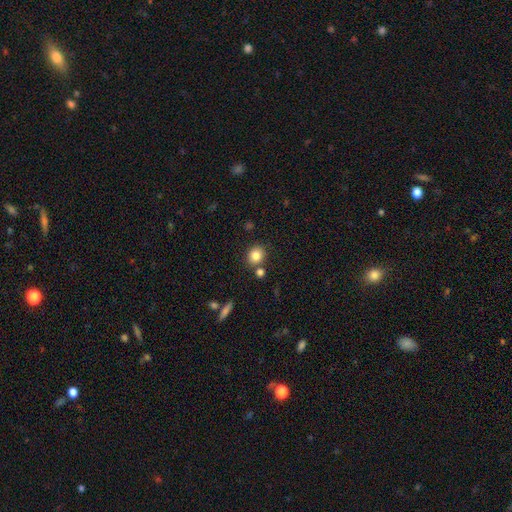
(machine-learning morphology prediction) smooth 83%, star or artifact 10%, featured or disk 6%. Down the decision tree: how rounded — round (79%); merging — none (76%).